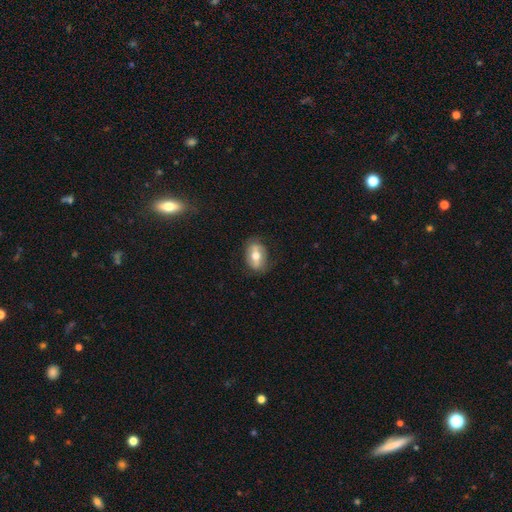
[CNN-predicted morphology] Q: Smooth or featured?
A: smooth (49%); runner-up: featured or disk (44%)
Q: Merging?
A: none (79%); runner-up: minor disturbance (16%)